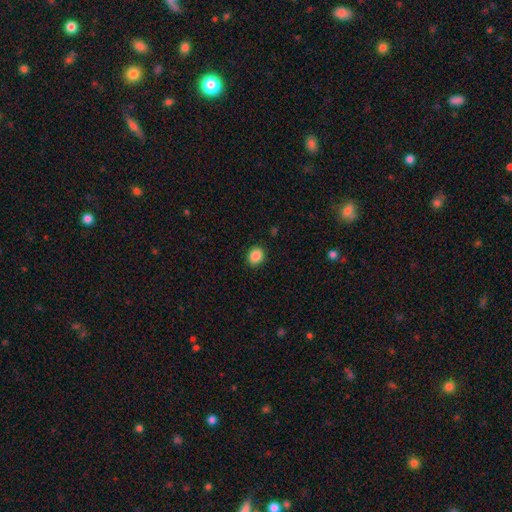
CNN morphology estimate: A smooth galaxy with no disk features (88%) that is round (62%). Merging: none (89%).